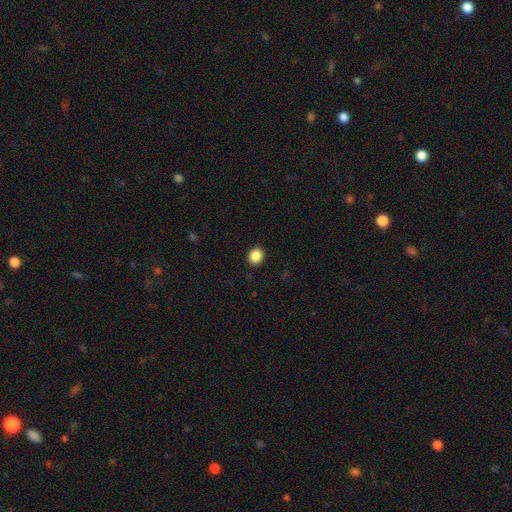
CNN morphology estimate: Q: Smooth or featured?
A: smooth (87%); runner-up: star or artifact (10%)
Q: How rounded?
A: round (73%); runner-up: in between (26%)
Q: Merging?
A: none (92%); runner-up: minor disturbance (6%)